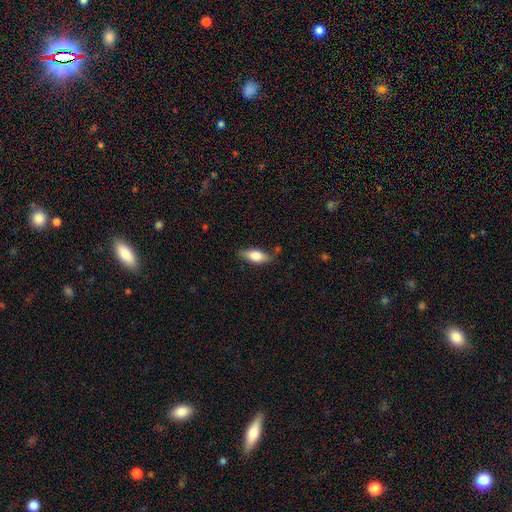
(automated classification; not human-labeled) A smooth galaxy with no disk features (72%) that is in between round and cigar-shaped (77%).

Vote fractions:
- Smooth or featured? smooth: 72% / featured or disk: 22% / star or artifact: 7%
- How rounded? in between: 77% / cigar-shaped: 20% / round: 3%
- Merging? none: 77% / minor disturbance: 17% / major disturbance: 3% / merger: 3%